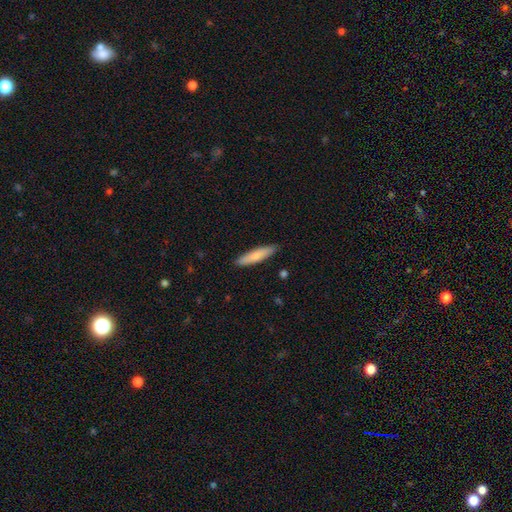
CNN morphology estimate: Q: Smooth or featured?
A: smooth (78%); runner-up: featured or disk (17%)
Q: How rounded?
A: cigar-shaped (81%); runner-up: in between (18%)
Q: Merging?
A: none (88%); runner-up: minor disturbance (9%)